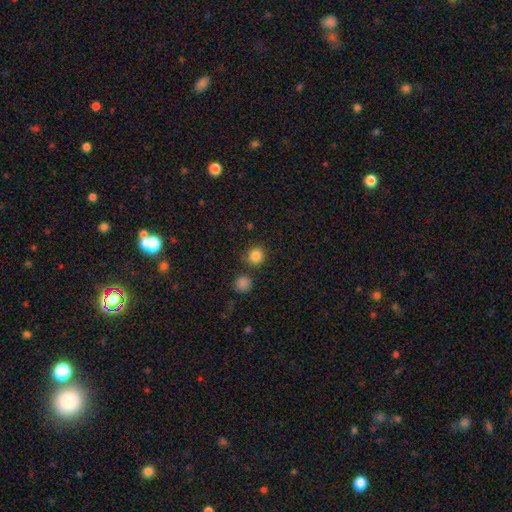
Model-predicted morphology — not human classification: Overall: smooth (85%). How rounded: round (90%). Merging: none (80%).